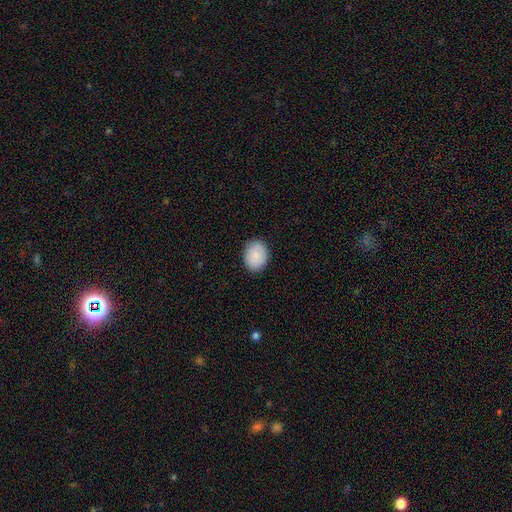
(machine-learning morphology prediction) This is clearly a smooth galaxy (88%). How rounded: possibly in between (59%). Merging: clearly none (88%).